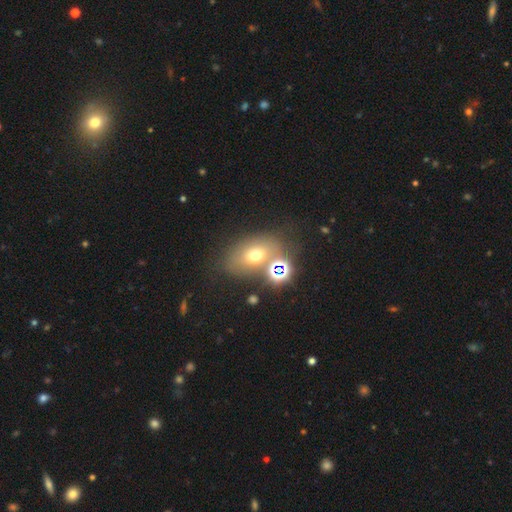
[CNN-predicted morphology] Smooth or featured? Predicted: smooth (p=0.61). How rounded? Predicted: in between (p=0.69). Merging? Predicted: none (p=0.60).